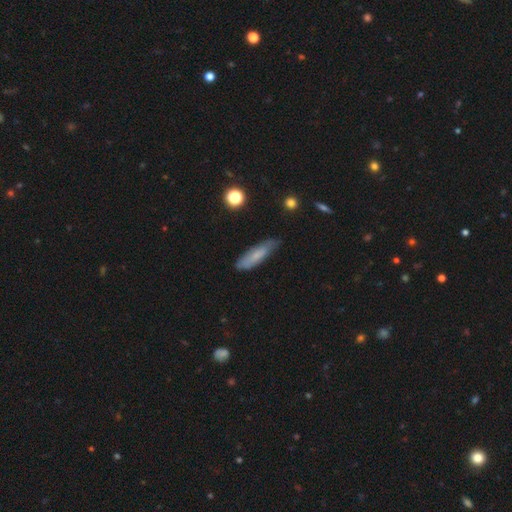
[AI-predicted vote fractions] smooth-or-featured: smooth: 71% | featured or disk: 22% | star or artifact: 7%
  how-rounded: cigar-shaped: 70% | in between: 28% | round: 2%
  merging: none: 70% | minor disturbance: 24% | major disturbance: 4% | merger: 2%